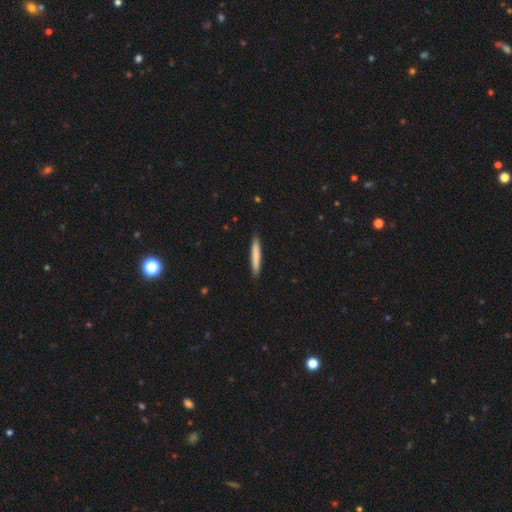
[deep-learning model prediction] A smooth galaxy with no disk features (78%) that is cigar-shaped (94%). Merging: none (90%).